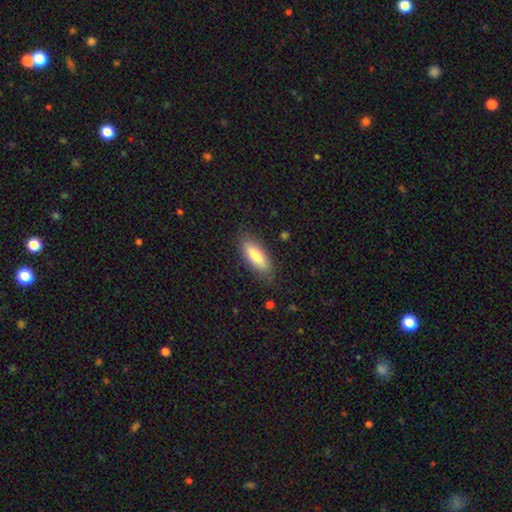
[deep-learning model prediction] Overall: smooth (78%). How rounded: in between (63%; cigar-shaped 35%). Merging: none (82%).